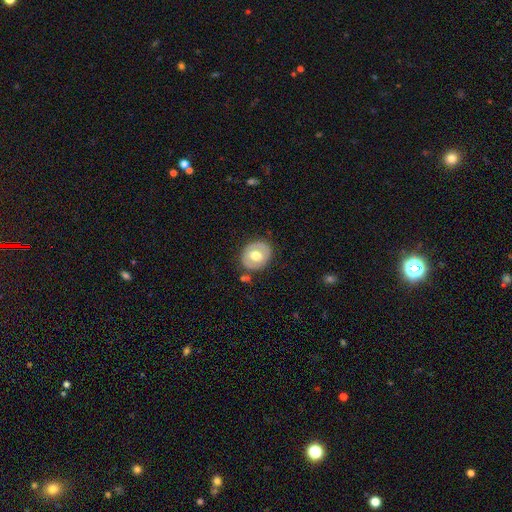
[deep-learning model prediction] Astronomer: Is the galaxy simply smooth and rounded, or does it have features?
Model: smooth — 55% (runner-up: featured or disk, 39%).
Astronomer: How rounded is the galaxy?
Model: round — 61% (runner-up: in between, 38%).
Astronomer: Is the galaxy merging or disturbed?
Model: none — 79%.